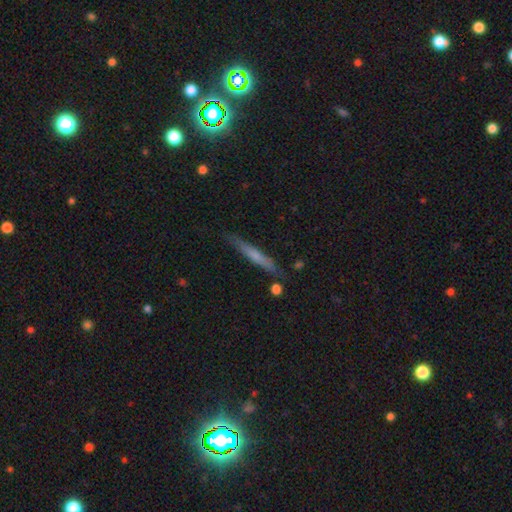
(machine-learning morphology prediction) Smooth or featured?
  - smooth: 53% *
  - featured or disk: 41%
  - star or artifact: 7%
How rounded?
  - cigar-shaped: 95% *
  - in between: 3%
  - round: 2%
Merging?
  - none: 83% *
  - minor disturbance: 12%
  - merger: 3%
  - major disturbance: 2%